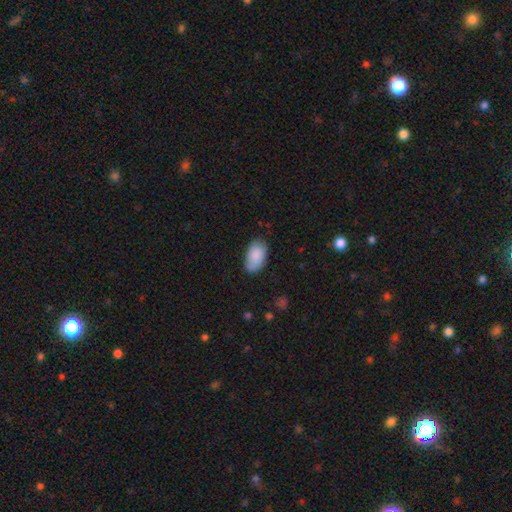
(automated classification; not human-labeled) Morphology: type=smooth (88%); roundness=in between (94%); merging=none (72%).